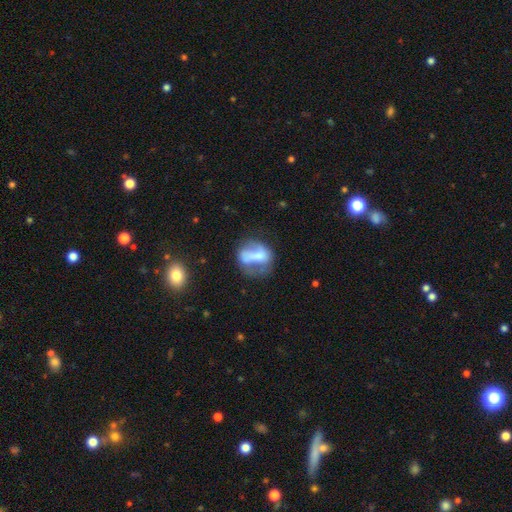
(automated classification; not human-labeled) A smooth galaxy with no disk features (51%) that is in between round and cigar-shaped (52%).

Vote fractions:
- Smooth or featured? smooth: 51% / featured or disk: 40% / star or artifact: 10%
- How rounded? in between: 52% / round: 45% / cigar-shaped: 3%
- Merging? none: 34% / major disturbance: 27% / minor disturbance: 24% / merger: 15%